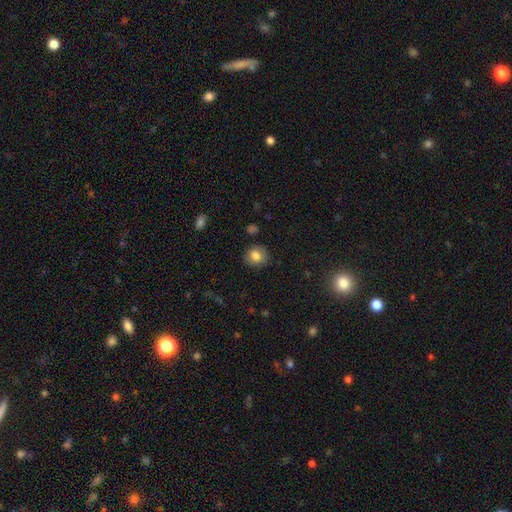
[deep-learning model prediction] A smooth galaxy with no disk features (81%) that is round (78%).

Vote fractions:
- Smooth or featured? smooth: 81% / featured or disk: 10% / star or artifact: 9%
- How rounded? round: 78% / in between: 21% / cigar-shaped: 1%
- Merging? none: 85% / minor disturbance: 11% / major disturbance: 3% / merger: 1%